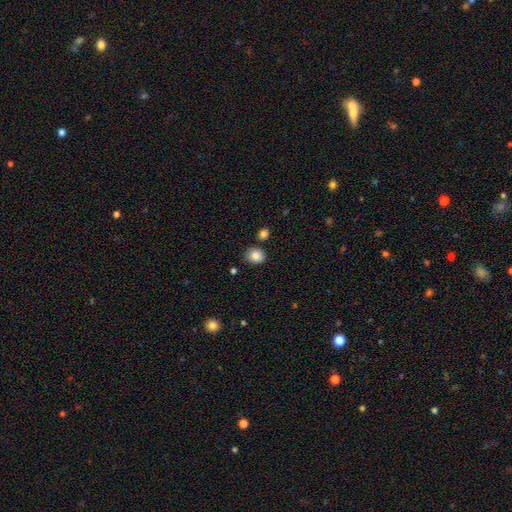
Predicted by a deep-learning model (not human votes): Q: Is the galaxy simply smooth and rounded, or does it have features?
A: smooth — 86%.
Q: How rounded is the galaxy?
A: round — 60%.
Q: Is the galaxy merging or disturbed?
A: none — 78%.